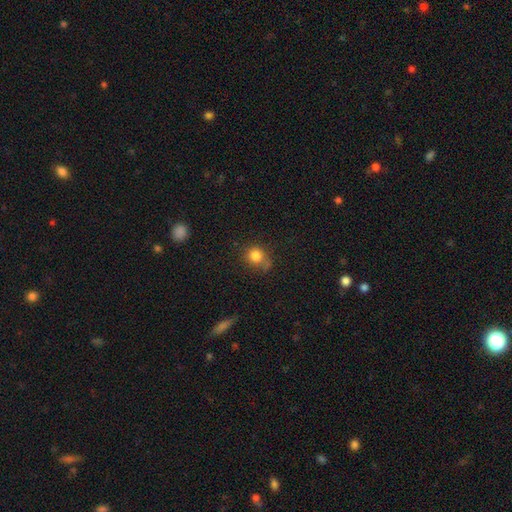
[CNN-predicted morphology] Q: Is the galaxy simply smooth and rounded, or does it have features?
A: smooth — 82%.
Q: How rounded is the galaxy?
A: round — 78%.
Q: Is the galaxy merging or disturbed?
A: none — 58%.